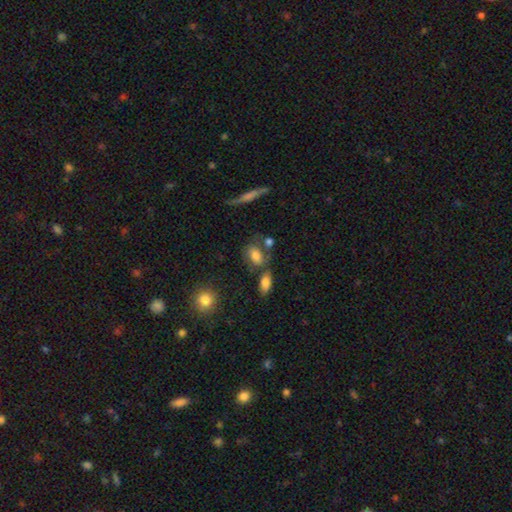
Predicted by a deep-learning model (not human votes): The model was most divided on "merging": none: 52%, merger: 21%, minor disturbance: 18%, major disturbance: 9%. More confident: how rounded — in between (80%); smooth or featured — smooth (71%).